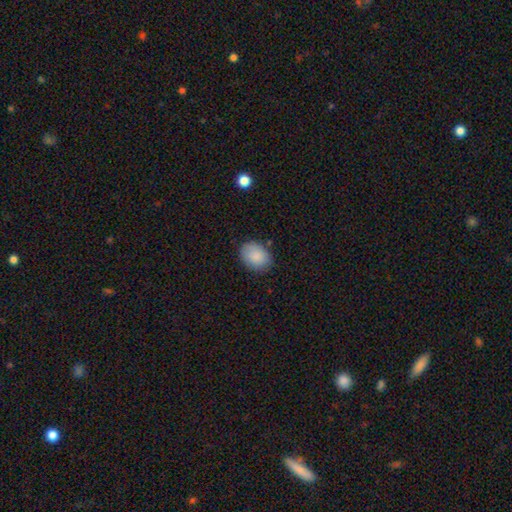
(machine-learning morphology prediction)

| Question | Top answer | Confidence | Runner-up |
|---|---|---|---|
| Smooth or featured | smooth | 88% | star or artifact (7%) |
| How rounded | in between | 64% | round (35%) |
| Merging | none | 81% | minor disturbance (14%) |